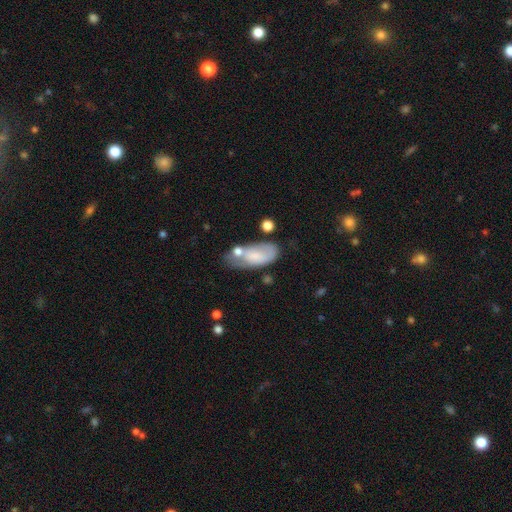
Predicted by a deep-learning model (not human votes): Smooth or featured? Predicted: smooth (p=0.62). How rounded? Predicted: in between (p=0.88). Merging? Predicted: none (p=0.38).